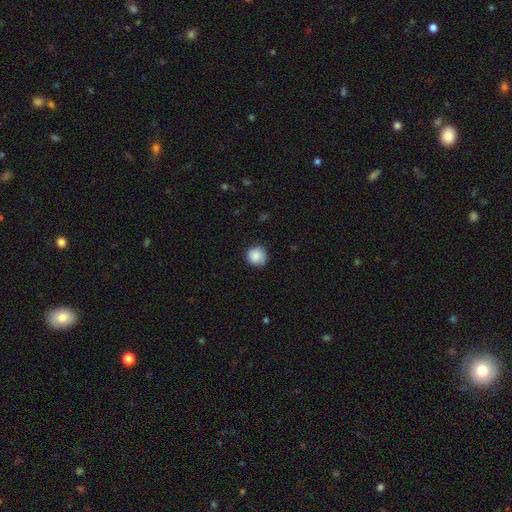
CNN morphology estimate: A smooth galaxy with no disk features (87%) that is round (93%). Merging: none (82%).